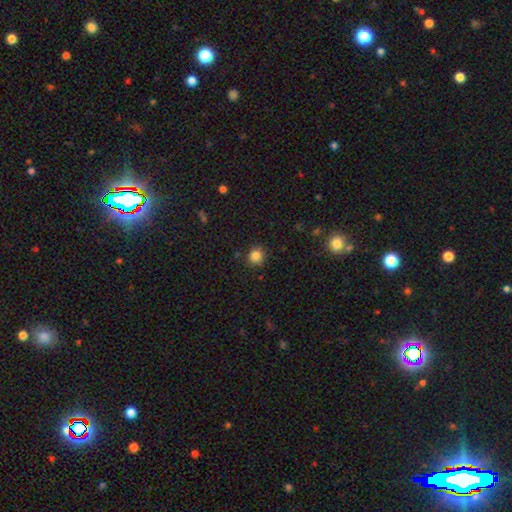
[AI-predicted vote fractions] This is clearly a smooth galaxy (83%). How rounded: clearly round (85%). Merging: clearly none (86%).